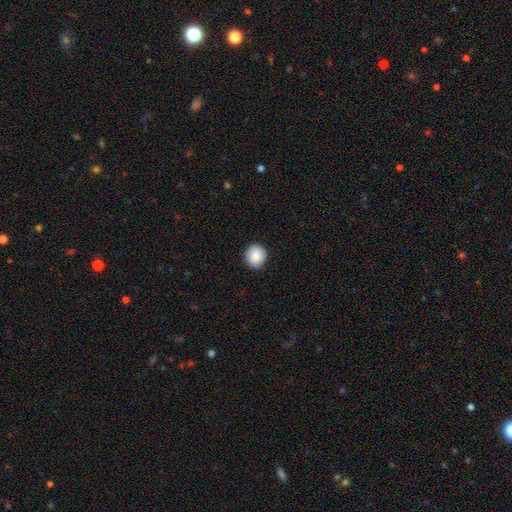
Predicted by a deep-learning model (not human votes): Smooth or featured? Predicted: smooth (p=0.88). How rounded? Predicted: round (p=0.88). Merging? Predicted: none (p=0.91).